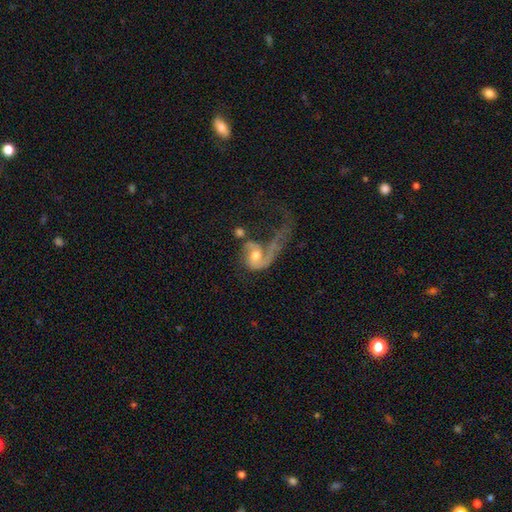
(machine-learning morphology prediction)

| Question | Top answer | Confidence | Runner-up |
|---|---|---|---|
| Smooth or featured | featured or disk | 69% | smooth (25%) |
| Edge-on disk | no | 97% | yes (3%) |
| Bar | no | 65% | weak (28%) |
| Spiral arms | yes | 82% | no (18%) |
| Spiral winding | loose | 62% | medium (27%) |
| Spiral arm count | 1 | 63% | 2 (27%) |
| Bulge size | moderate | 67% | small (15%) |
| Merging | major disturbance | 53% | merger (18%) |